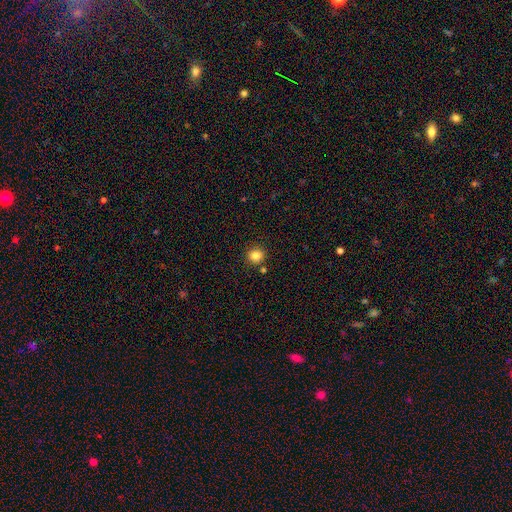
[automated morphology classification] smooth 83%, star or artifact 12%, featured or disk 5%. Down the decision tree: how rounded — round (88%); merging — none (86%).